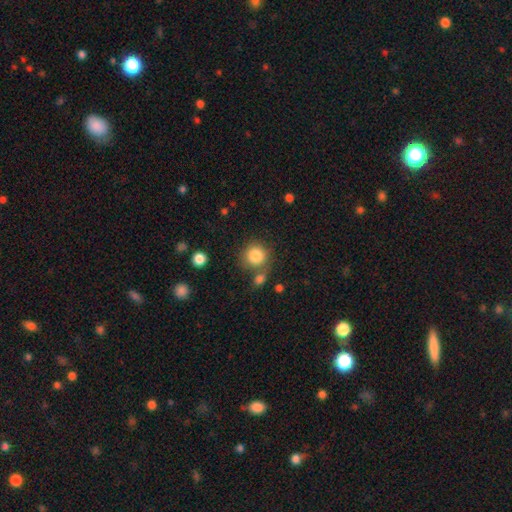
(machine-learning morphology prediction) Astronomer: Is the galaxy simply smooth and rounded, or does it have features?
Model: smooth — 85%.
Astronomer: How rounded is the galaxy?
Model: round — 90%.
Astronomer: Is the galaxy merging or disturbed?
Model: none — 68%.